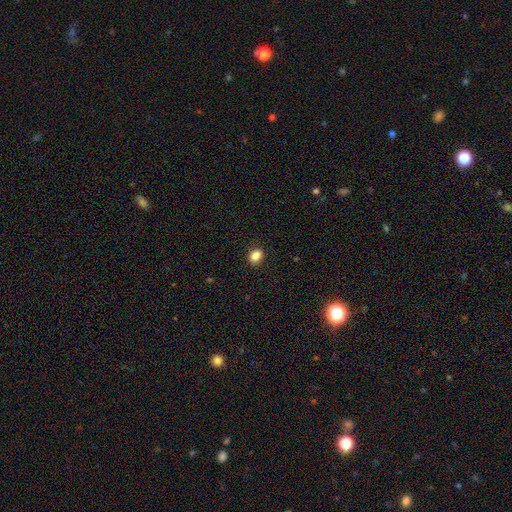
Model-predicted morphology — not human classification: A smooth galaxy with no disk features (84%) that is in between round and cigar-shaped (56%).

Vote fractions:
- Smooth or featured? smooth: 84% / star or artifact: 10% / featured or disk: 5%
- How rounded? in between: 56% / round: 42% / cigar-shaped: 1%
- Merging? none: 88% / minor disturbance: 9% / major disturbance: 2% / merger: 1%